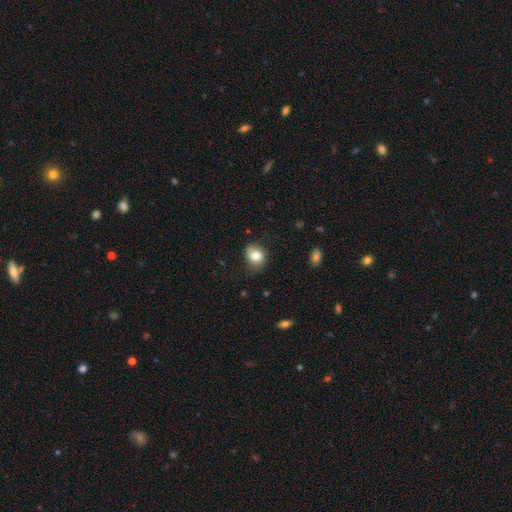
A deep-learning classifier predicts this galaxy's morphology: Smooth or featured? smooth (78%)
How rounded? round (51%)
Merging? none (65%)